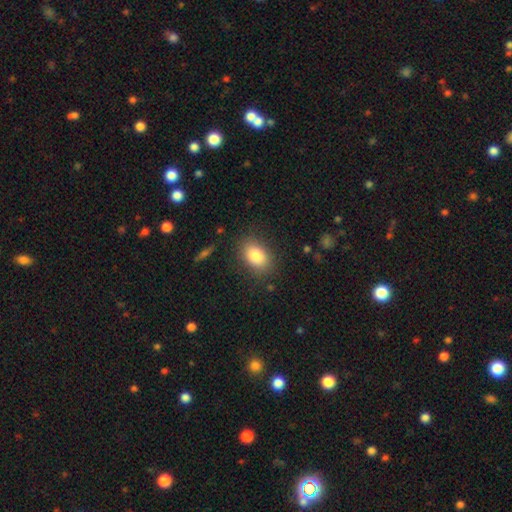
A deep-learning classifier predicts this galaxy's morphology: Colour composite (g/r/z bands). It shows a smooth galaxy with no disk features (84%) that is in between round and cigar-shaped (80%). Merging: none (82%).